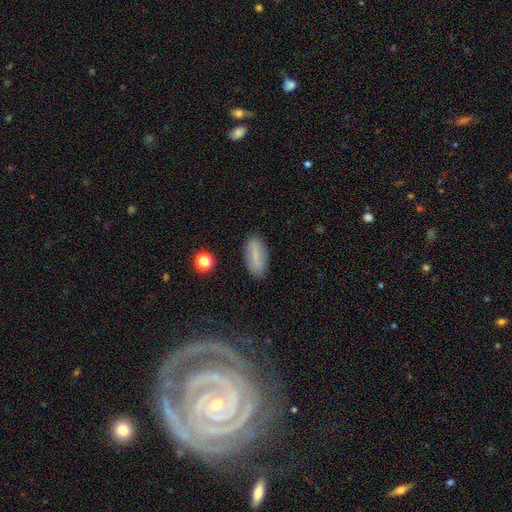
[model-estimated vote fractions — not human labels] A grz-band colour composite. It shows a smooth galaxy with no disk features (71%) that is in between round and cigar-shaped (79%). Merging: none (84%).